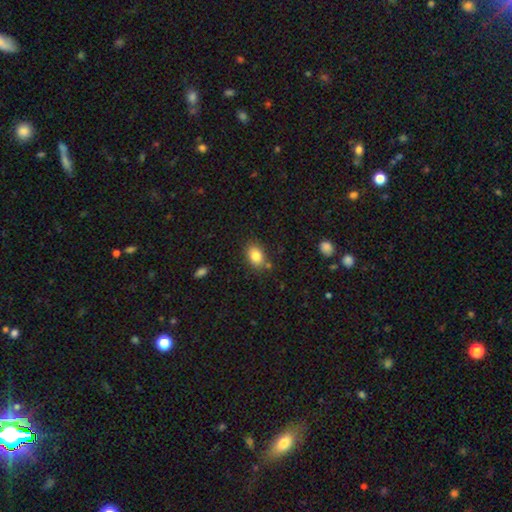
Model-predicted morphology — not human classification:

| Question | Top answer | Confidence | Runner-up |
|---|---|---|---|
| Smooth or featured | smooth | 84% | star or artifact (9%) |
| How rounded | in between | 79% | round (20%) |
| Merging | none | 79% | minor disturbance (13%) |